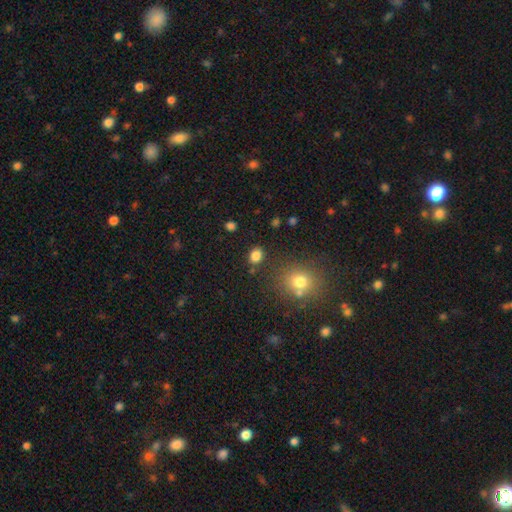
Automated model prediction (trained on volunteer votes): This is clearly a smooth galaxy (83%). How rounded: possibly in between (56%). Merging: clearly none (81%).